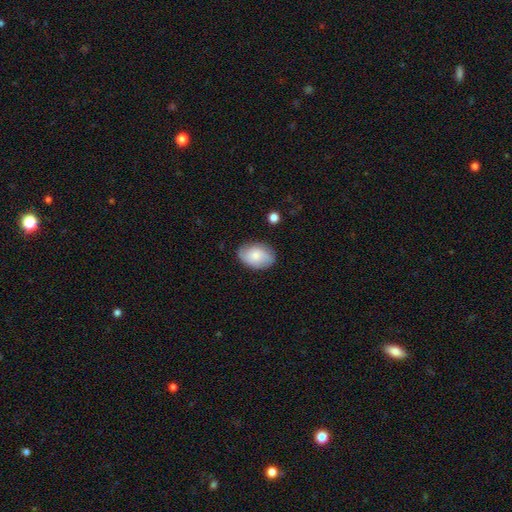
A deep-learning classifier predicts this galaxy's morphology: This is likely a smooth galaxy (68%). How rounded: clearly in between (83%). Merging: likely none (79%).